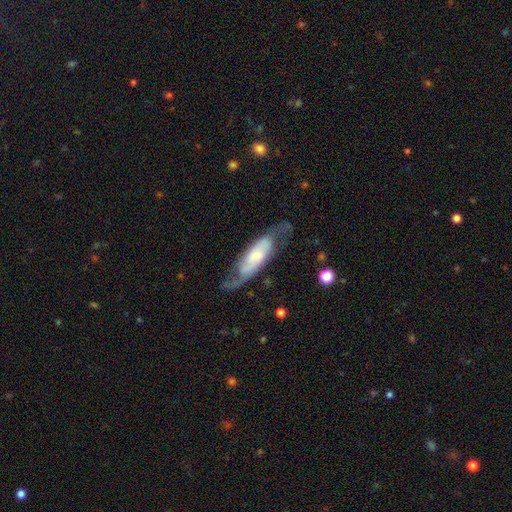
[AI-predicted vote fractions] Smooth or featured?
  - featured or disk: 71% *
  - smooth: 23%
  - star or artifact: 6%
Edge-on disk?
  - no: 81% *
  - yes: 19%
Bar?
  - no: 54% *
  - weak: 30%
  - strong: 16%
Spiral arms?
  - yes: 91% *
  - no: 9%
Spiral winding?
  - loose: 41% * (tied)
  - medium: 41% * (tied)
  - tight: 18%
Spiral arm count?
  - 2: 85% *
  - can't tell: 8%
  - 1: 4%
  - 3: 1%
  - 4: 1%
  - more than 4: 1%
Bulge size?
  - small: 32% *
  - moderate: 23%
  - large: 20%
  - none: 19%
  - dominant: 6%
Merging?
  - none: 62% *
  - minor disturbance: 22%
  - major disturbance: 14%
  - merger: 2%